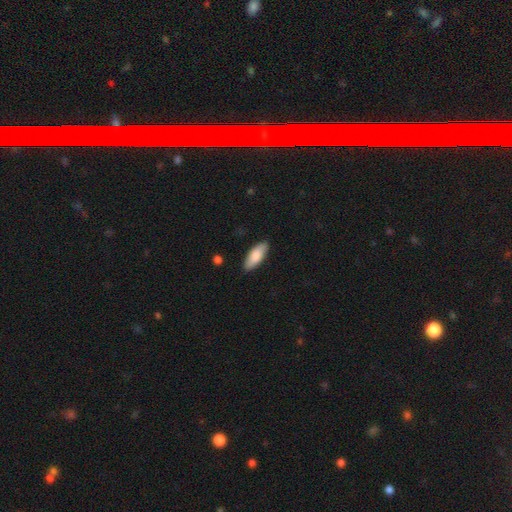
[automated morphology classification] This is clearly a smooth galaxy (83%). How rounded: likely in between (75%). Merging: clearly none (87%).